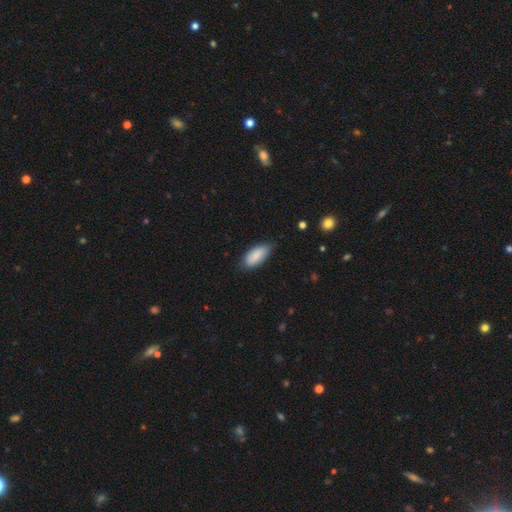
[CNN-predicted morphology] Smooth or featured: smooth — 86% (featured or disk — 8%)
How rounded: in between — 89% (cigar-shaped — 9%)
Merging: none — 71% (minor disturbance — 25%)